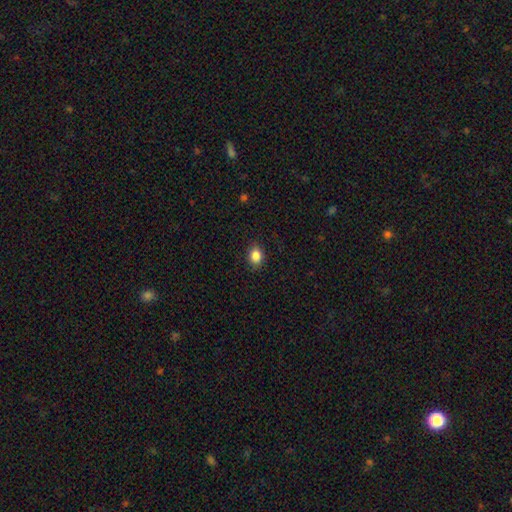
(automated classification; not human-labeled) This appears to be a smooth galaxy with no disk features (86%) that is in between round and cigar-shaped (54%). Merging: none (87%).